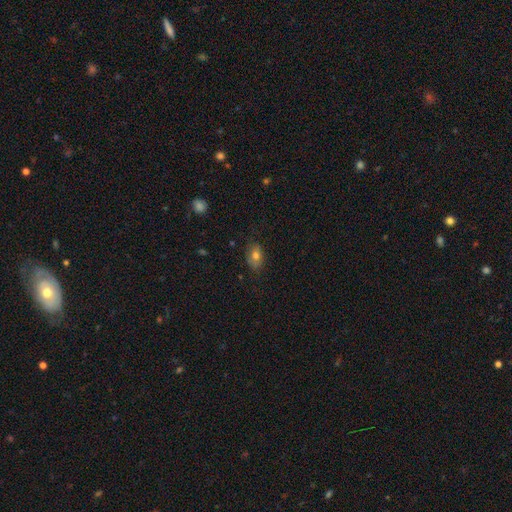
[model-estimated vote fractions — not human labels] smooth_or_featured: smooth (p=0.76) [alt: featured or disk p=0.14]
how_rounded: in between (p=0.80) [alt: round p=0.18]
merging: none (p=0.76) [alt: minor disturbance p=0.19]